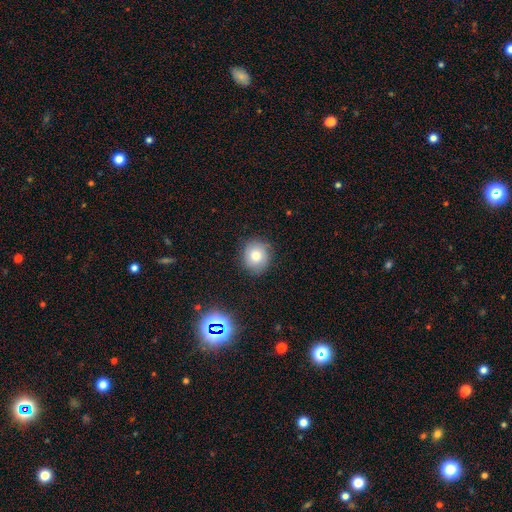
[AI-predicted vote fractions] Smooth or featured? Predicted: smooth (p=0.73). How rounded? Predicted: round (p=0.86). Merging? Predicted: none (p=0.84).